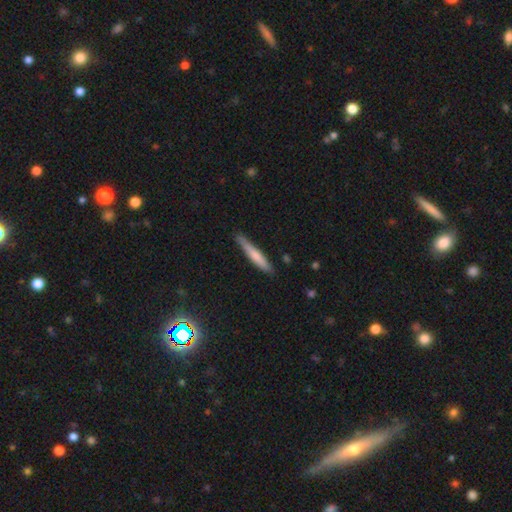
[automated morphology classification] This is likely a smooth galaxy (68%). How rounded: clearly cigar-shaped (94%). Merging: clearly none (83%).